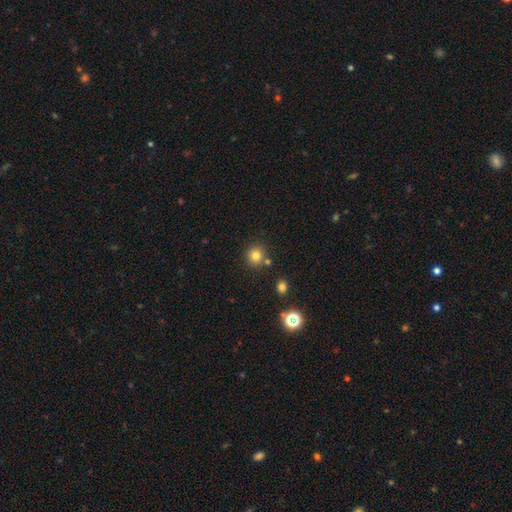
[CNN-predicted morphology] type=smooth (80%); roundness=round (90%); merging=none (80%).